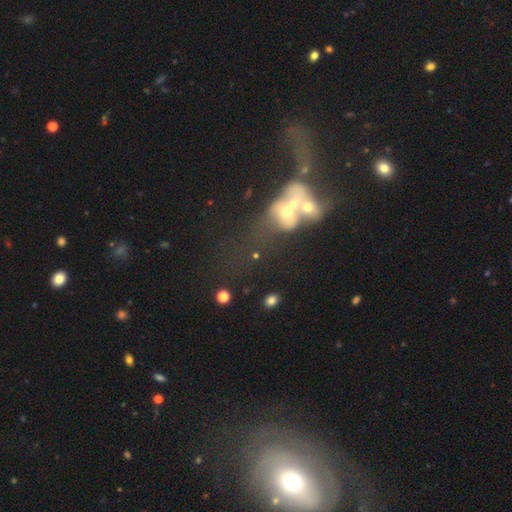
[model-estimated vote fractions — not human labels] Smooth or featured? Predicted: smooth (p=0.42). Merging? Predicted: merger (p=0.61).